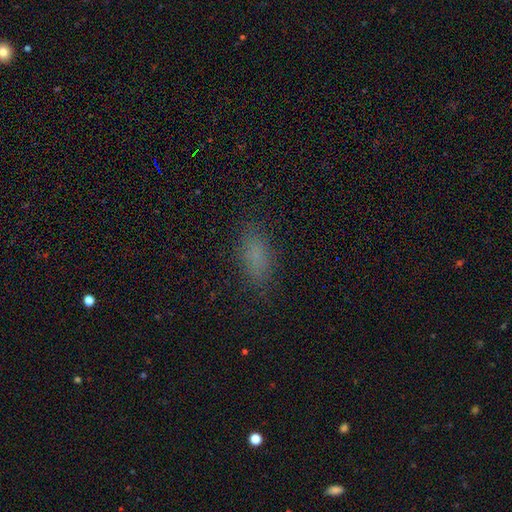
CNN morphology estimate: Smooth or featured?
  - smooth: 78% *
  - star or artifact: 14%
  - featured or disk: 8%
How rounded?
  - in between: 73% *
  - cigar-shaped: 23%
  - round: 4%
Merging?
  - none: 82% *
  - minor disturbance: 13%
  - major disturbance: 4%
  - merger: 1%